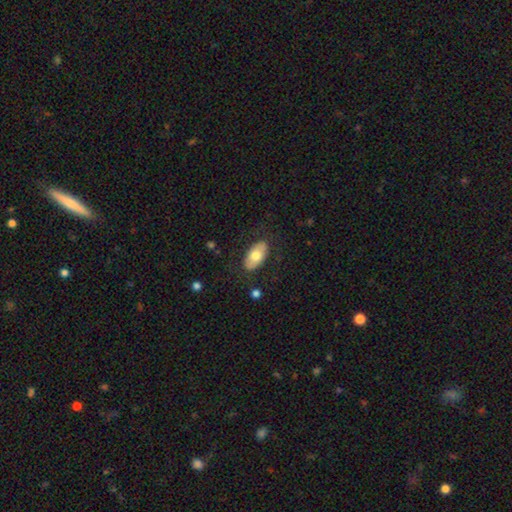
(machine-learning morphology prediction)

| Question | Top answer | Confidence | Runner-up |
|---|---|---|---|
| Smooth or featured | smooth | 68% | featured or disk (26%) |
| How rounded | in between | 94% | round (4%) |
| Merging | none | 82% | minor disturbance (13%) |